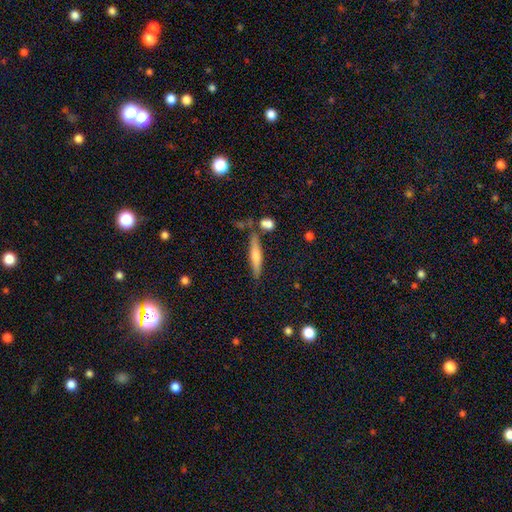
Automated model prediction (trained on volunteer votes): Morphology: type=featured or disk (49%); merging=none (79%).